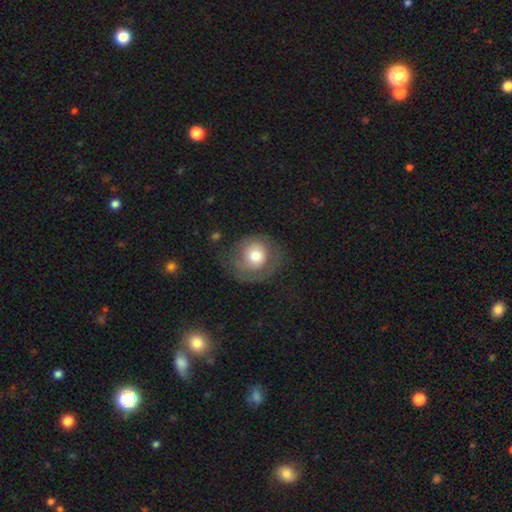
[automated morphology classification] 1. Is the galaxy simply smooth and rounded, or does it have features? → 47% featured or disk, 46% smooth, 8% star or artifact.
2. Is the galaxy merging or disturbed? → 61% none, 20% minor disturbance, 17% major disturbance, 2% merger.